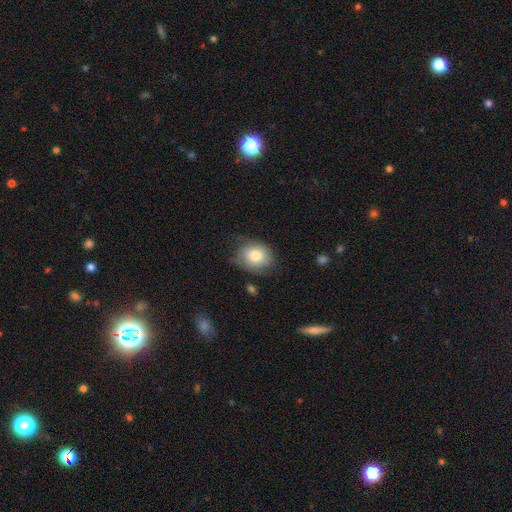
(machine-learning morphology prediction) Smooth or featured? Predicted: smooth (p=0.79). How rounded? Predicted: round (p=0.63). Merging? Predicted: none (p=0.65).